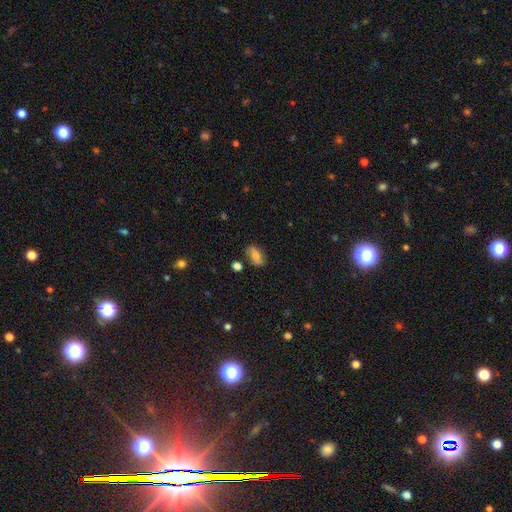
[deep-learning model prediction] Q: Smooth or featured?
A: smooth (67%); runner-up: featured or disk (24%)
Q: How rounded?
A: in between (87%); runner-up: round (8%)
Q: Merging?
A: none (76%); runner-up: minor disturbance (16%)